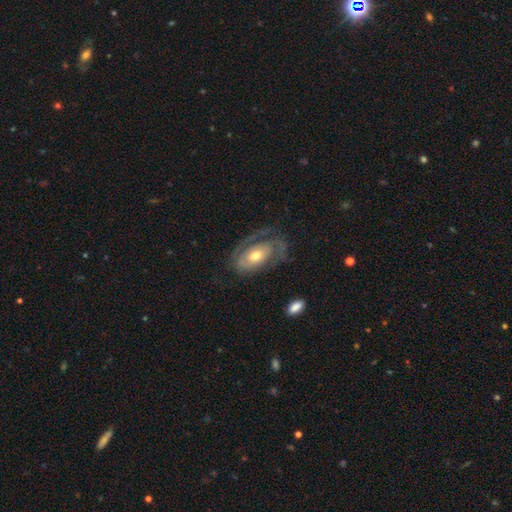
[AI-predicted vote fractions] This appears to be a featured or disk galaxy (74%) with no bar (70%), 2 (41%) tight (51%) spiral arms (84%) and a moderate central bulge (63%). Merging: none (54%).